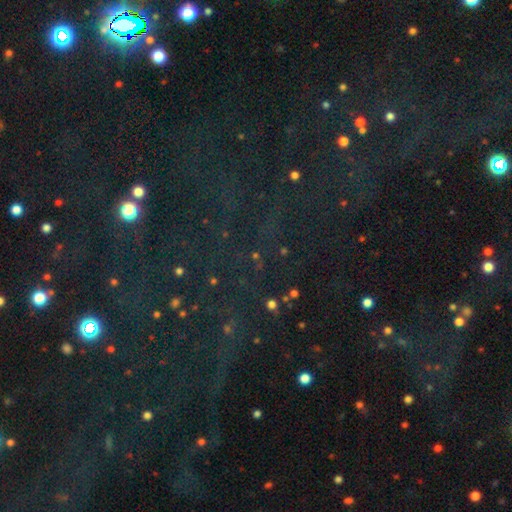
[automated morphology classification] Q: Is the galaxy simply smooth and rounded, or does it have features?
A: star or artifact — 72%.